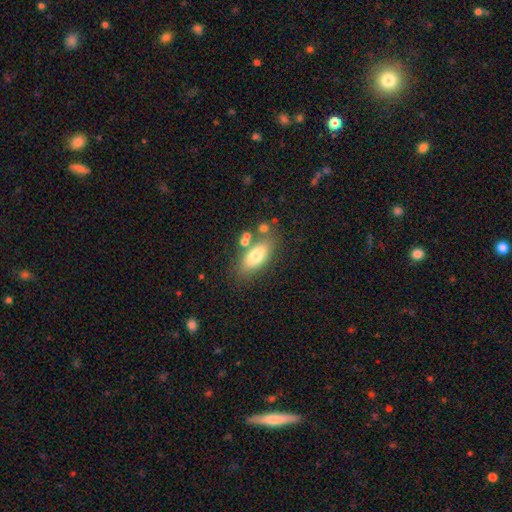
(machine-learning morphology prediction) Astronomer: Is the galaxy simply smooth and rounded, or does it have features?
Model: smooth — 74%.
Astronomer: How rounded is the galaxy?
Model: in between — 82%.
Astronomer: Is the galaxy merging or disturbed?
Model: none — 71%.